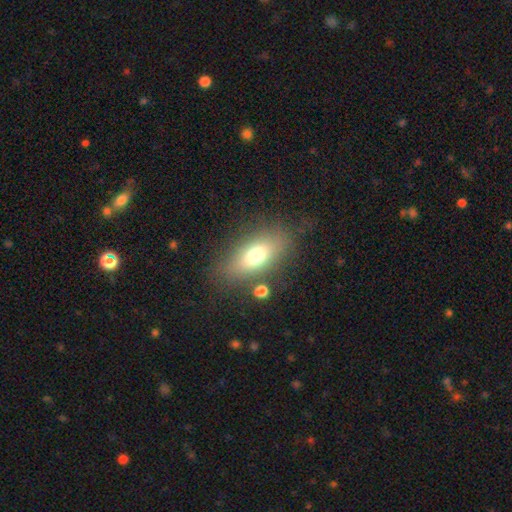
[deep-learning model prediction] Morphology: type=smooth (70%); roundness=in between (80%); merging=none (76%).